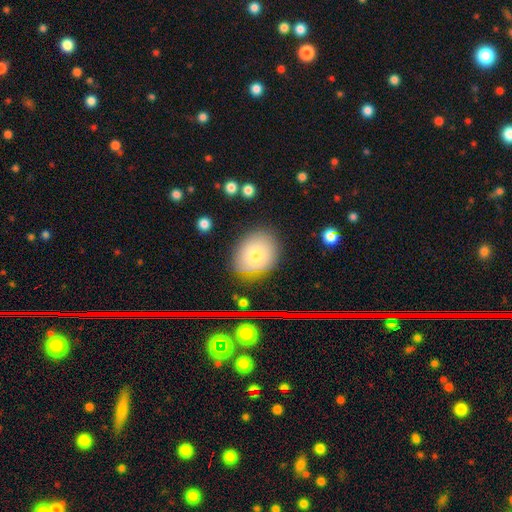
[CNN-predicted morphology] Smooth or featured?
  - smooth: 67% *
  - featured or disk: 21%
  - star or artifact: 12%
How rounded?
  - in between: 52% *
  - round: 46%
  - cigar-shaped: 1%
Merging?
  - none: 78% *
  - minor disturbance: 15%
  - major disturbance: 4%
  - merger: 2%